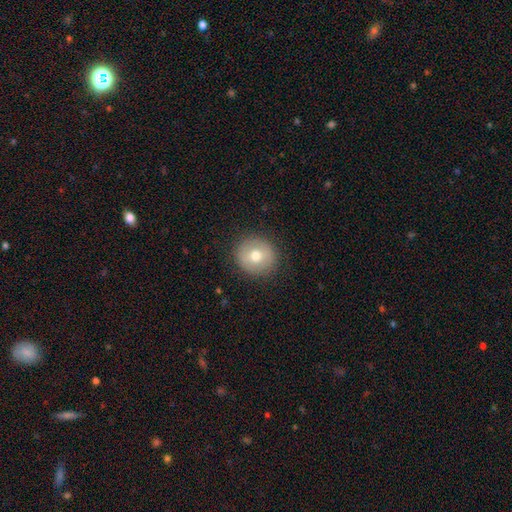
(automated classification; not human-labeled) Overall: smooth (70%). How rounded: round (91%). Merging: none (89%).